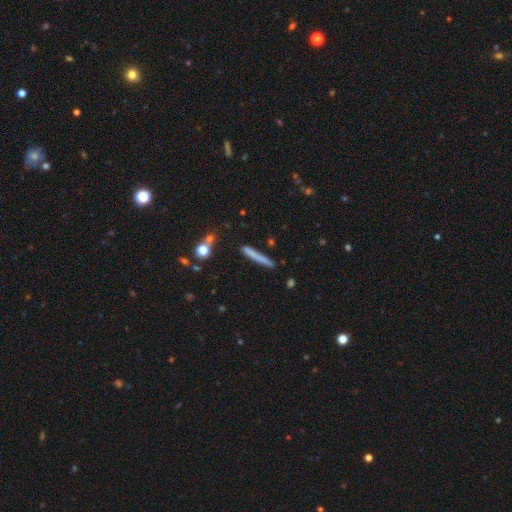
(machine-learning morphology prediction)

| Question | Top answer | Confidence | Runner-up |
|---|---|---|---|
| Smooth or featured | smooth | 70% | featured or disk (22%) |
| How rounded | cigar-shaped | 95% | in between (3%) |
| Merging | none | 82% | minor disturbance (12%) |